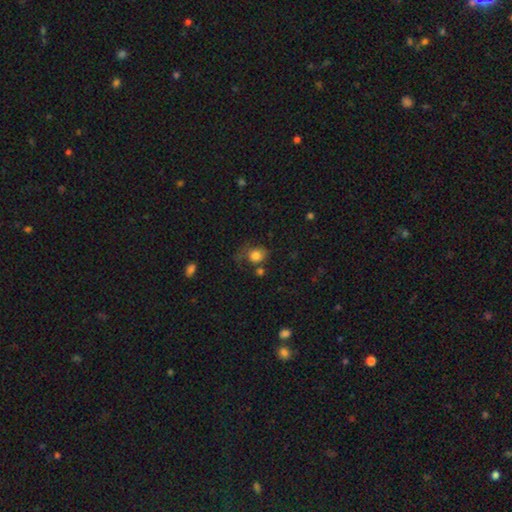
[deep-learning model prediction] Smooth or featured?
  - smooth: 79% *
  - star or artifact: 11%
  - featured or disk: 10%
How rounded?
  - round: 59% *
  - in between: 40%
  - cigar-shaped: 1%
Merging?
  - none: 46% *
  - minor disturbance: 24%
  - major disturbance: 20%
  - merger: 10%